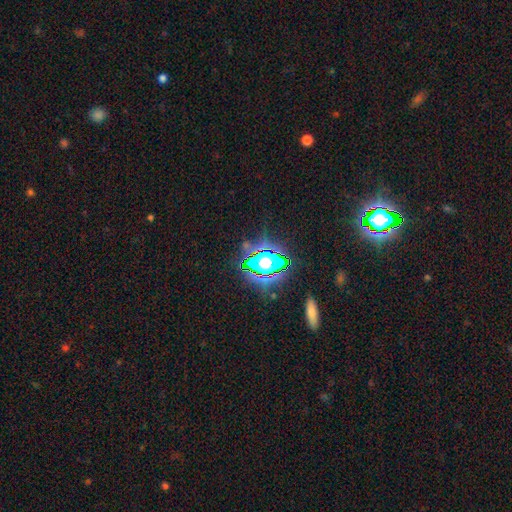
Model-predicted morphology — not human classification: Overall: star or artifact (81%).